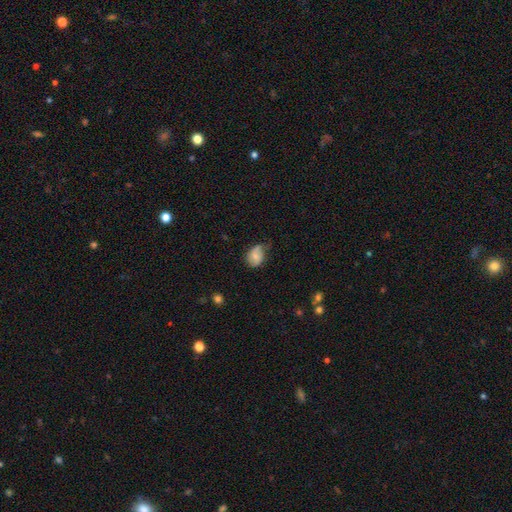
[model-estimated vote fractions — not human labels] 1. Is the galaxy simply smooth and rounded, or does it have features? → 65% smooth, 27% featured or disk, 8% star or artifact.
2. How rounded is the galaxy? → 64% in between, 35% round, 1% cigar-shaped.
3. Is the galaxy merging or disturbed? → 45% none, 40% minor disturbance, 13% major disturbance, 2% merger.